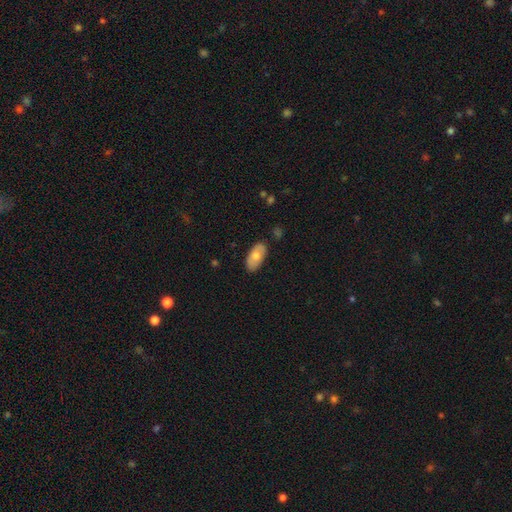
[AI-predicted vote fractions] Morphology: type=smooth (68%); roundness=in between (94%); merging=none (86%).